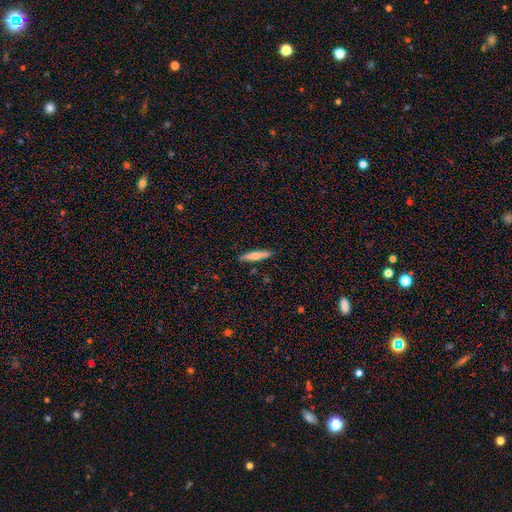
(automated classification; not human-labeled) The model was most divided on "smooth or featured": smooth: 68%, featured or disk: 26%, star or artifact: 6%. More confident: how rounded — cigar-shaped (90%); merging — none (89%).